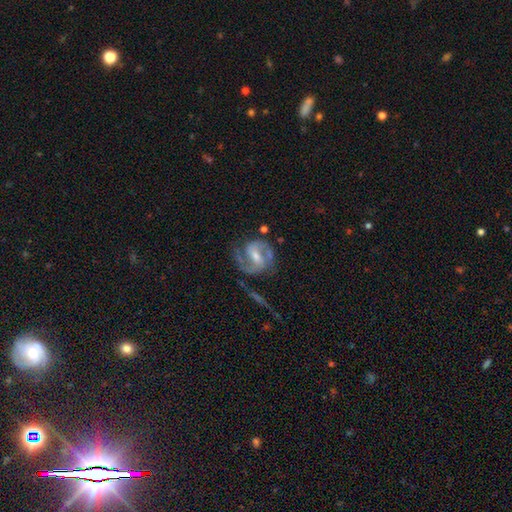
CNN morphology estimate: A featured or disk galaxy (86%) with a weak bar (48%), 2 (85%) medium (56%) spiral arms (96%) and a moderate central bulge (50%).

Vote fractions:
- Smooth or featured? featured or disk: 86% / smooth: 8% / star or artifact: 5%
- Edge-on disk? no: 98% / yes: 2%
- Bar? weak: 48% / strong: 33% / no: 19%
- Spiral arms? yes: 96% / no: 4%
- Spiral winding? medium: 56% / tight: 27% / loose: 17%
- Spiral arm count? 2: 85% / can't tell: 5% / 1: 4% / 3: 3% / 4: 1% / more than 4: 1%
- Bulge size? moderate: 50% / small: 39% / none: 5% / large: 4% / dominant: 1%
- Merging? none: 64% / minor disturbance: 18% / major disturbance: 14% / merger: 4%